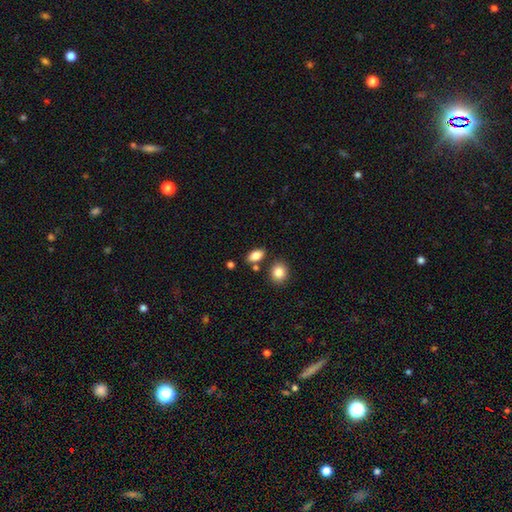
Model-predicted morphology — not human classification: smooth 84%, star or artifact 8%, featured or disk 7%. Down the decision tree: how rounded — in between (86%); merging — none (76%).